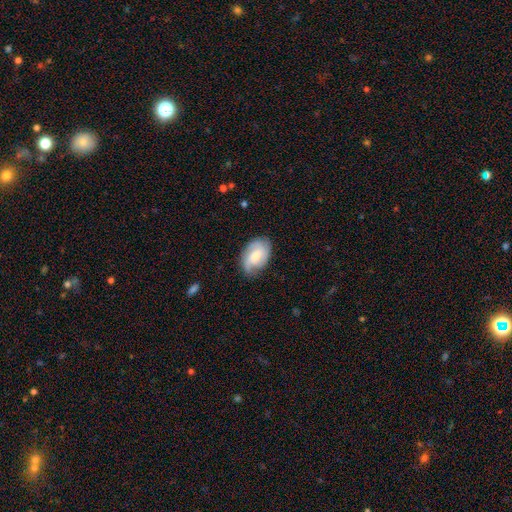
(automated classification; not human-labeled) Smooth or featured?
  - featured or disk: 62% *
  - smooth: 32%
  - star or artifact: 6%
Edge-on disk?
  - no: 97% *
  - yes: 3%
Bar?
  - no: 60% *
  - weak: 34%
  - strong: 6%
Spiral arms?
  - yes: 91% *
  - no: 9%
Spiral winding?
  - medium: 41% *
  - tight: 40%
  - loose: 18%
Spiral arm count?
  - 2: 32% *
  - 3: 28%
  - can't tell: 25%
  - 1: 6%
  - 4: 6%
  - more than 4: 4%
Bulge size?
  - moderate: 49% *
  - small: 39%
  - large: 7%
  - none: 5%
  - dominant: 1%
Merging?
  - none: 72% *
  - minor disturbance: 21%
  - major disturbance: 6%
  - merger: 1%